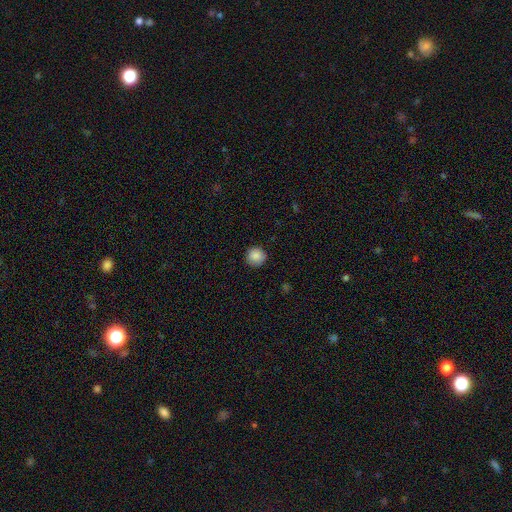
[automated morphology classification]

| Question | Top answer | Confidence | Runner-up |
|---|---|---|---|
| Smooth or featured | smooth | 87% | star or artifact (9%) |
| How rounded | round | 95% | in between (4%) |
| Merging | none | 88% | minor disturbance (9%) |